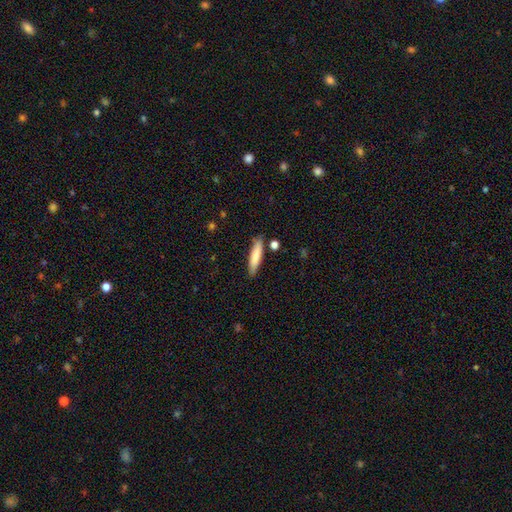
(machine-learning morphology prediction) Smooth or featured? smooth (79%)
How rounded? cigar-shaped (80%)
Merging? none (85%)